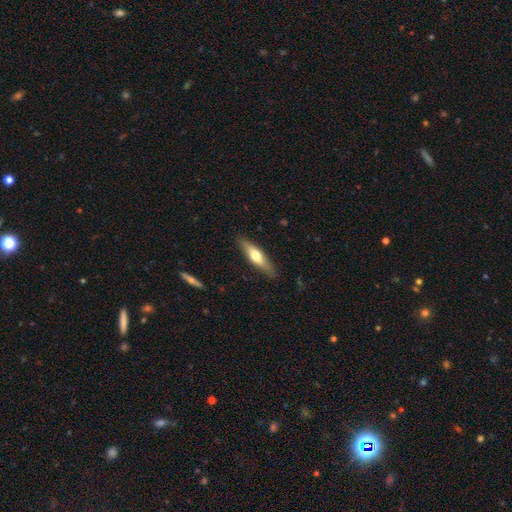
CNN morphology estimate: smooth_or_featured: smooth (p=0.51) [alt: featured or disk p=0.43]
how_rounded: cigar-shaped (p=0.69) [alt: in between p=0.29]
merging: none (p=0.85) [alt: minor disturbance p=0.11]